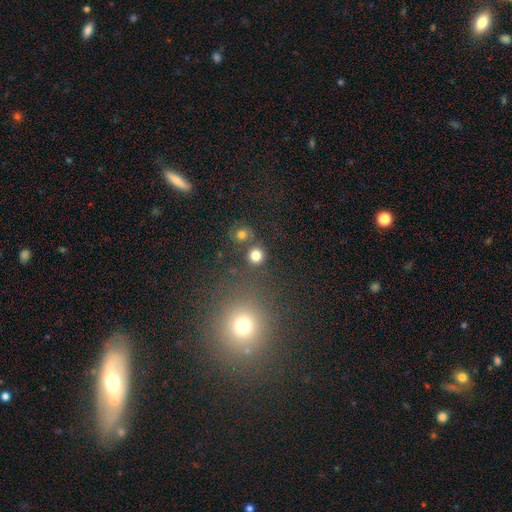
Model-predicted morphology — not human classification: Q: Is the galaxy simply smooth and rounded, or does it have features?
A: smooth — 80%.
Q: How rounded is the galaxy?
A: round — 92%.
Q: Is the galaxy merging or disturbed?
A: none — 80%.